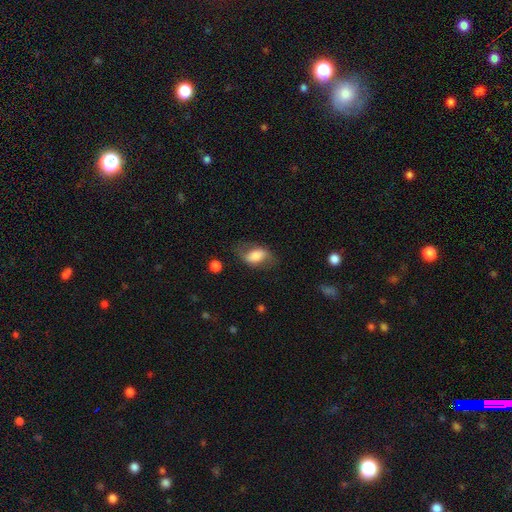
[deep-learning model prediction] Overall: smooth (59%; featured or disk 34%). How rounded: in between (86%). Merging: none (61%; minor disturbance 24%).